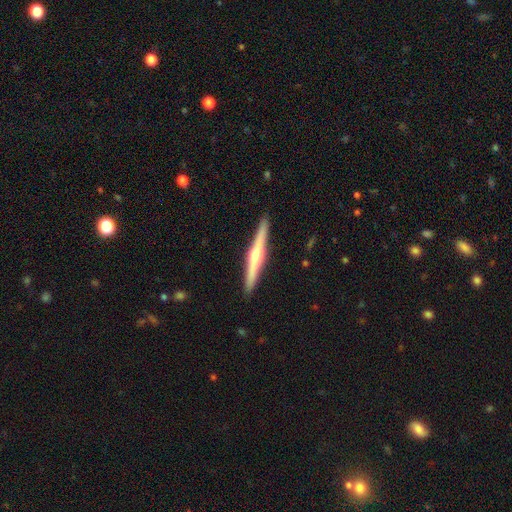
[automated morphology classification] smooth_or_featured: featured or disk (p=0.70) [alt: smooth p=0.25]
disk_edge_on: yes (p=0.98) [alt: no p=0.02]
edge_on_bulge: rounded (p=0.85) [alt: none p=0.08]
merging: none (p=0.92) [alt: minor disturbance p=0.06]